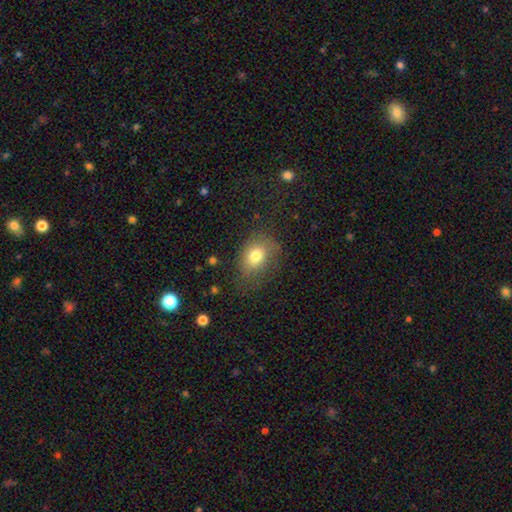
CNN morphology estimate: Q: Smooth or featured?
A: smooth (77%); runner-up: featured or disk (12%)
Q: How rounded?
A: in between (62%); runner-up: round (37%)
Q: Merging?
A: none (66%); runner-up: minor disturbance (22%)